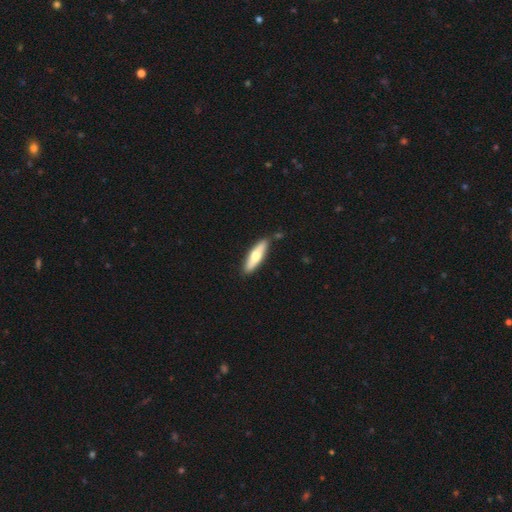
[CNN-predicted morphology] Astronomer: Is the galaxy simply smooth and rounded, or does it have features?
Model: smooth — 56% (runner-up: featured or disk, 40%).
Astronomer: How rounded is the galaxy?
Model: cigar-shaped — 67%.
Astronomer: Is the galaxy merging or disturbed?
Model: none — 85%.